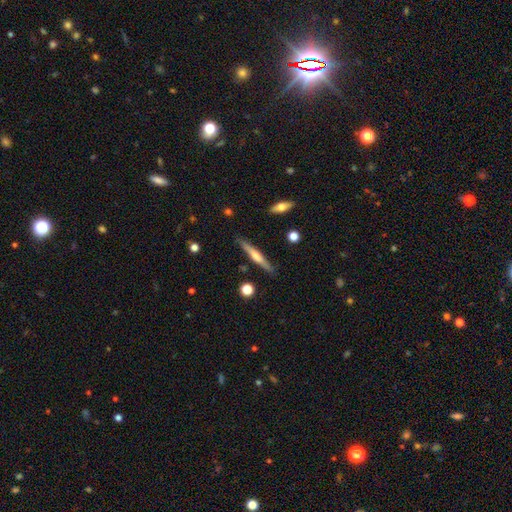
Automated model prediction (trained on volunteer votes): The model was most divided on "smooth or featured": featured or disk: 55%, smooth: 39%, star or artifact: 6%. More confident: edge-on disk — yes (96%); merging — none (87%); edge-on bulge — rounded (65%).